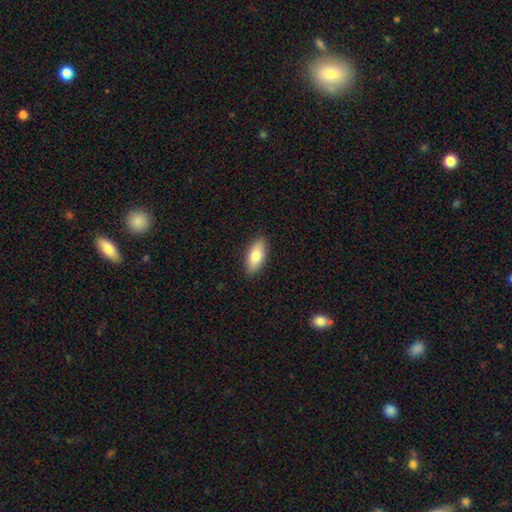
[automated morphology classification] Smooth or featured?
  - smooth: 80% *
  - featured or disk: 14%
  - star or artifact: 6%
How rounded?
  - in between: 85% *
  - cigar-shaped: 12%
  - round: 3%
Merging?
  - none: 89% *
  - minor disturbance: 9%
  - major disturbance: 2%
  - merger: 1%